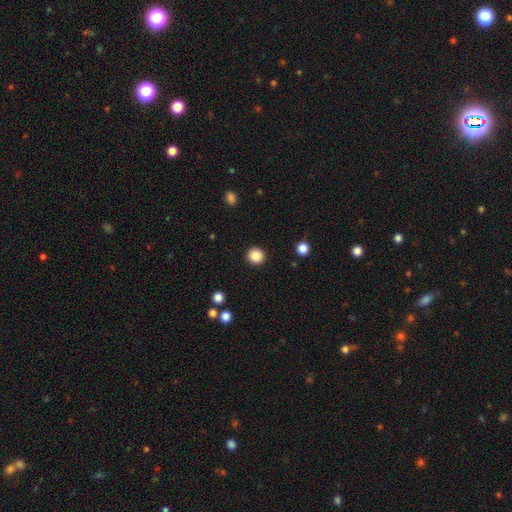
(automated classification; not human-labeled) This appears to be a smooth galaxy with no disk features (87%) that is round (94%). Merging: none (93%).